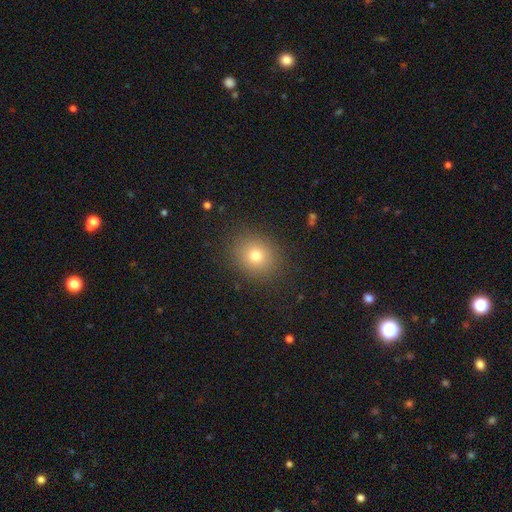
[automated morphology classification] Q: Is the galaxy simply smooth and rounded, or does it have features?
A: smooth — 76%.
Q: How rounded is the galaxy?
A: round — 71%.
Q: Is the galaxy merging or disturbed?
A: none — 87%.